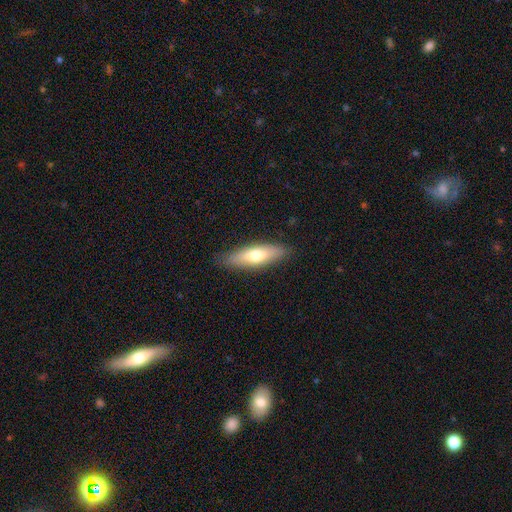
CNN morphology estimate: smooth-or-featured: smooth: 64% | featured or disk: 30% | star or artifact: 6%
  how-rounded: cigar-shaped: 56% | in between: 42% | round: 2%
  merging: none: 86% | minor disturbance: 10% | major disturbance: 2% | merger: 1%